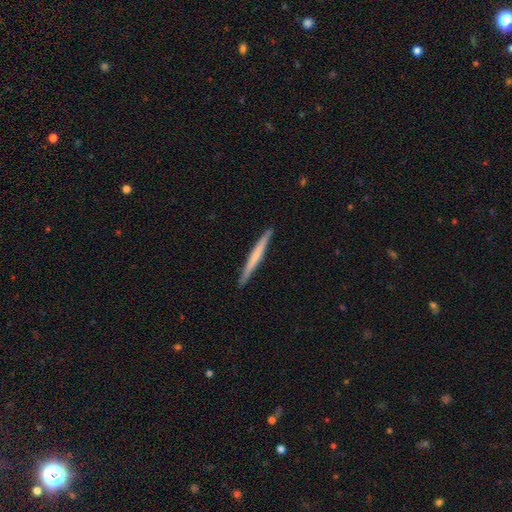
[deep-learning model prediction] This appears to be a smooth galaxy with no disk features (53%) that is cigar-shaped (97%). Merging: none (92%).